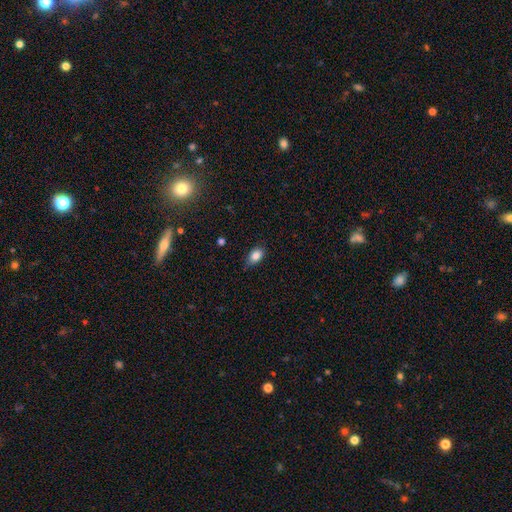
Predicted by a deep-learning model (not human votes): This is clearly a smooth galaxy (85%). How rounded: clearly in between (84%). Merging: likely none (69%).